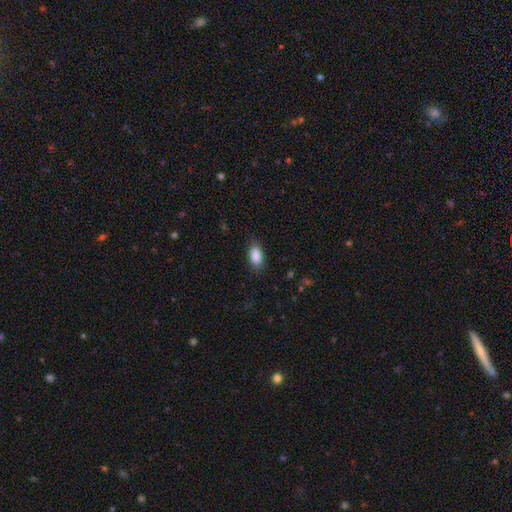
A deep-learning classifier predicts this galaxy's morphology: smooth-or-featured: smooth: 88% | star or artifact: 7% | featured or disk: 4%
  how-rounded: in between: 91% | cigar-shaped: 5% | round: 4%
  merging: none: 81% | minor disturbance: 14% | major disturbance: 4% | merger: 1%